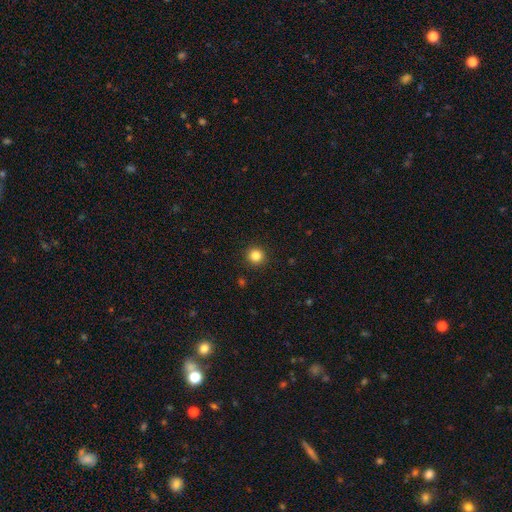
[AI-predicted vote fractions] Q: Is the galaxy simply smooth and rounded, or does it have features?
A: smooth — 84%.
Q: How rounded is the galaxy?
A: round — 94%.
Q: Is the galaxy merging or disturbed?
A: none — 93%.